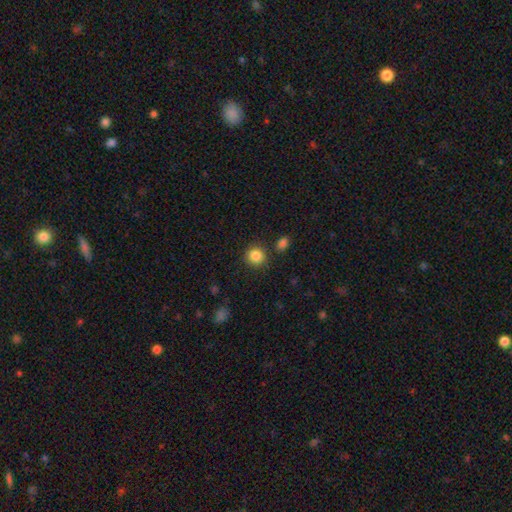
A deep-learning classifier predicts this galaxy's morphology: A smooth galaxy with no disk features (86%) that is round (90%). Merging: none (85%).